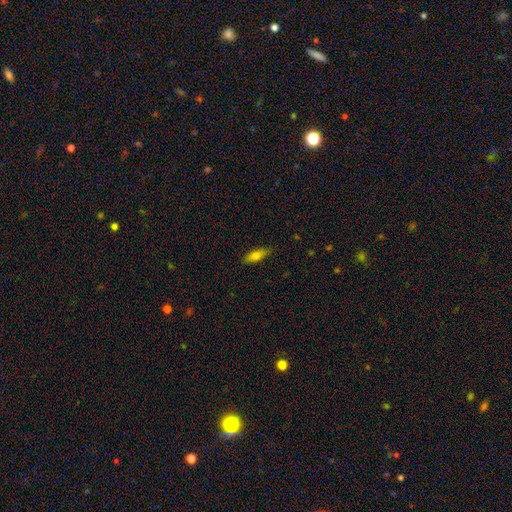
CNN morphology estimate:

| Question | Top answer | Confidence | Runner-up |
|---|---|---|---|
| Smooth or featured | smooth | 68% | featured or disk (25%) |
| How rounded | in between | 56% | cigar-shaped (41%) |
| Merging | none | 84% | minor disturbance (12%) |